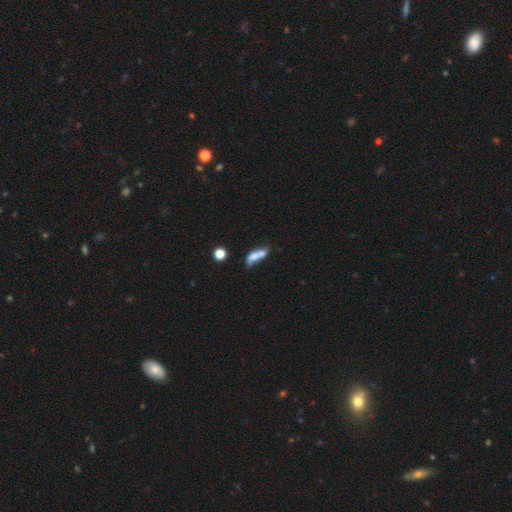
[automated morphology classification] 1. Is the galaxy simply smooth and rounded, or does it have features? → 64% smooth, 24% featured or disk, 12% star or artifact.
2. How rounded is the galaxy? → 60% in between, 30% cigar-shaped, 9% round.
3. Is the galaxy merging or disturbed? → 50% merger, 24% none, 14% minor disturbance, 13% major disturbance.